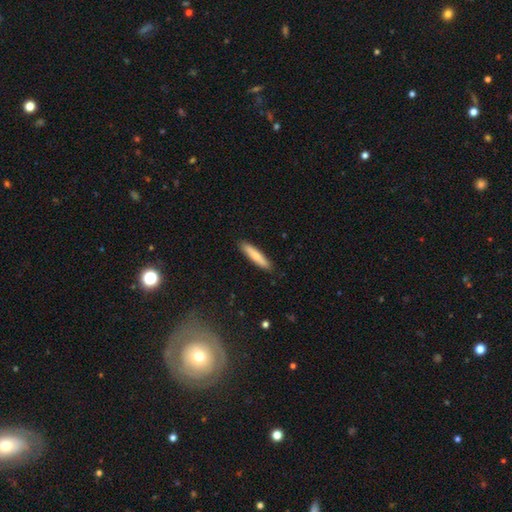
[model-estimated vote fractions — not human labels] Smooth or featured? smooth (73%)
How rounded? cigar-shaped (87%)
Merging? none (89%)